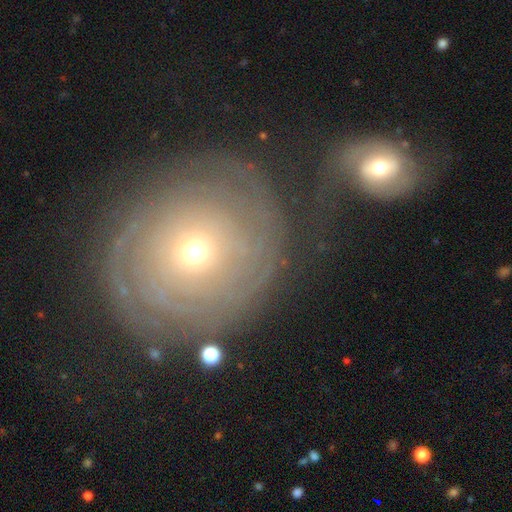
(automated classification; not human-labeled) This is likely a featured or disk galaxy (73%). It is clearly not viewed edge-on (96%). Bar: clearly no (85%). Spiral arm pattern: clearly yes (86%). Spiral arm count: marginally can't tell (44%). Spiral winding: clearly tight (84%). Central bulge: possibly small (56%). Merging: likely none (68%).